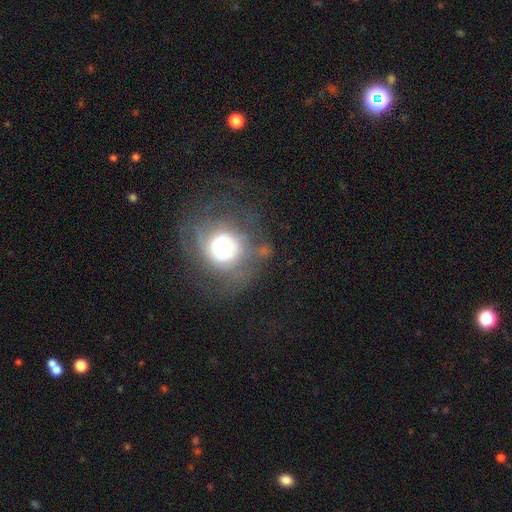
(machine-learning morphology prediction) Overall: featured or disk (45%; smooth 37%). Merging: none (67%).